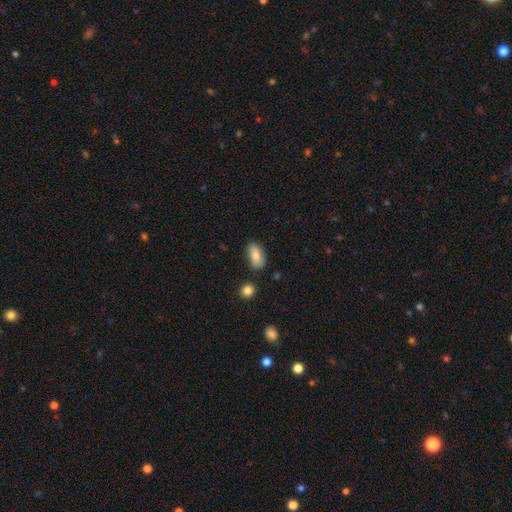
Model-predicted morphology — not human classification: A smooth galaxy with no disk features (82%) that is in between round and cigar-shaped (91%).

Vote fractions:
- Smooth or featured? smooth: 82% / featured or disk: 11% / star or artifact: 7%
- How rounded? in between: 91% / cigar-shaped: 4% / round: 4%
- Merging? none: 79% / minor disturbance: 15% / merger: 3% / major disturbance: 3%